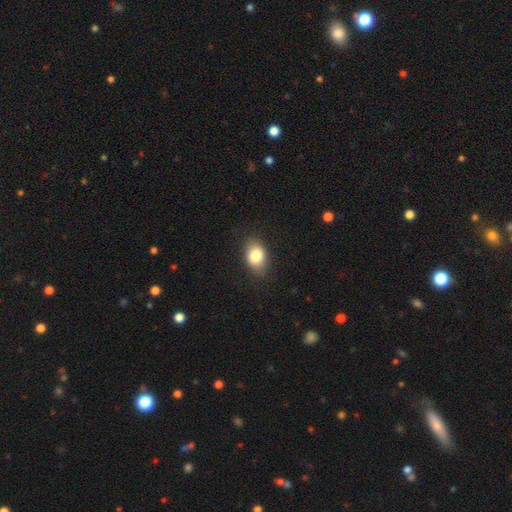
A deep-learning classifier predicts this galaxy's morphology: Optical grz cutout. It shows a smooth galaxy with no disk features (82%) that is in between round and cigar-shaped (78%). Merging: none (83%).